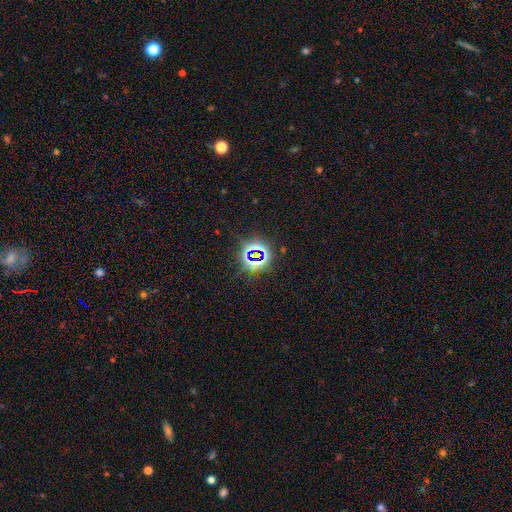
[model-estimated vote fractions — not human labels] The model was most divided on "smooth or featured": star or artifact: 77%, smooth: 15%, featured or disk: 9%.